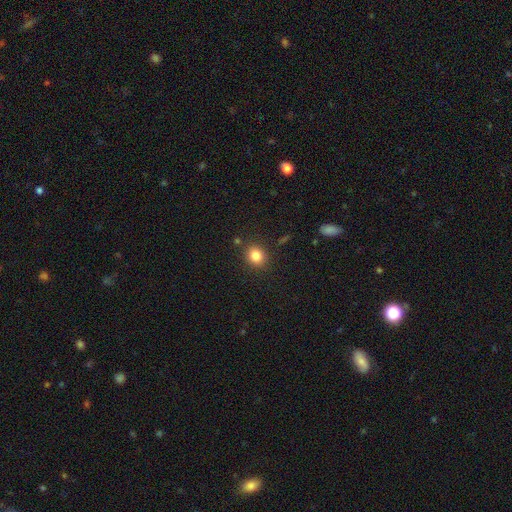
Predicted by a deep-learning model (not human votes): Smooth or featured? Predicted: smooth (p=0.83). How rounded? Predicted: round (p=0.71). Merging? Predicted: none (p=0.87).